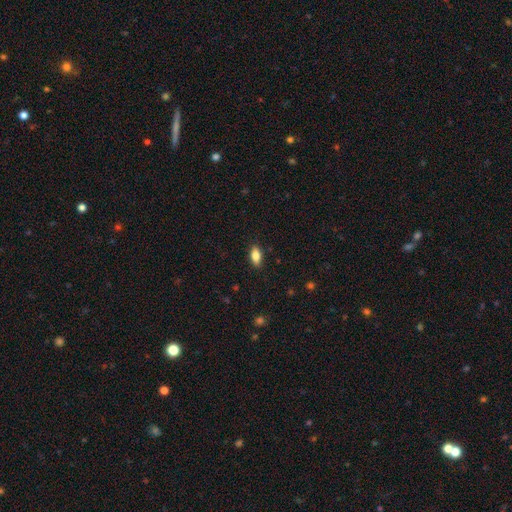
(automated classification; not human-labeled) Q: Smooth or featured?
A: smooth (83%); runner-up: featured or disk (9%)
Q: How rounded?
A: in between (88%); runner-up: cigar-shaped (8%)
Q: Merging?
A: none (87%); runner-up: minor disturbance (10%)